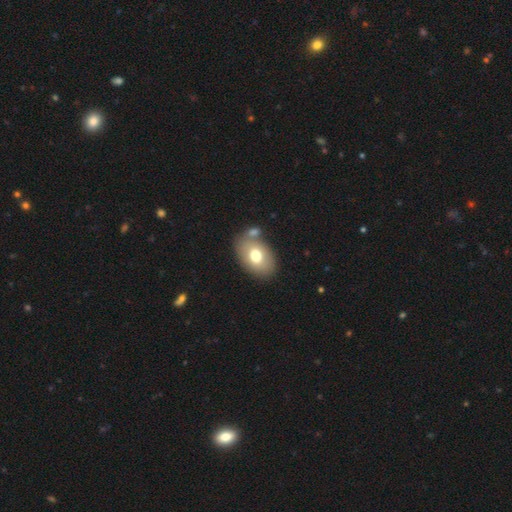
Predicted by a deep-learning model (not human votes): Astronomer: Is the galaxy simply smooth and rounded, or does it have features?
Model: smooth — 71%.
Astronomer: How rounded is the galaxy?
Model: in between — 84%.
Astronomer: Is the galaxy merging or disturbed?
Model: none — 64%.